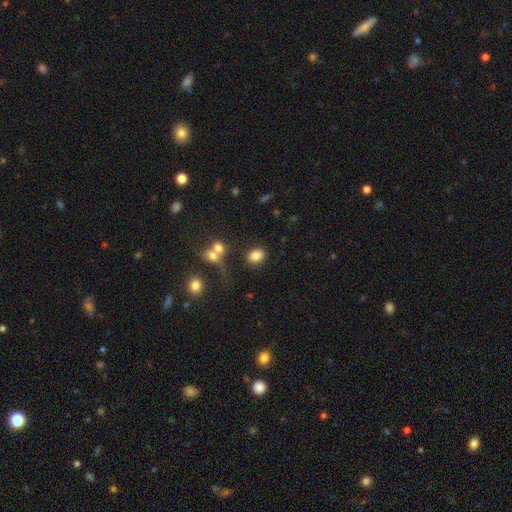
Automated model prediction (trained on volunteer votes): Smooth or featured: smooth — 83% (star or artifact — 10%)
How rounded: in between — 66% (round — 32%)
Merging: none — 77% (minor disturbance — 10%)